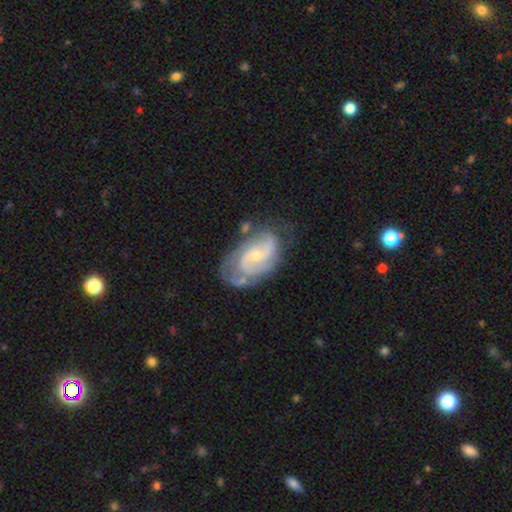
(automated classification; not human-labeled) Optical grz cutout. It shows a featured or disk galaxy (84%) with no bar (50%), 2 (70%) medium (48%) spiral arms (95%) and a small central bulge (69%). Merging: none (60%).